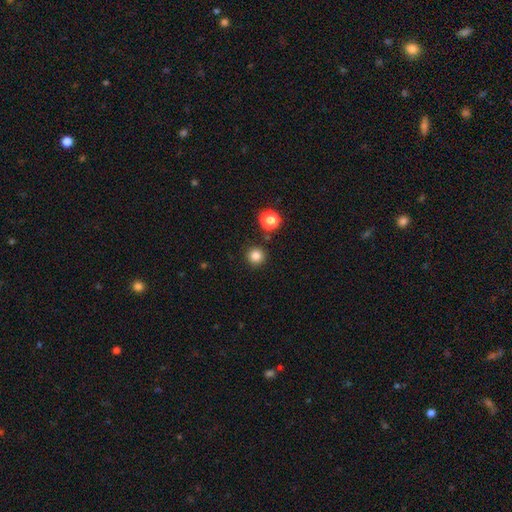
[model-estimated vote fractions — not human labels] Morphology: type=smooth (83%); roundness=round (95%); merging=none (90%).